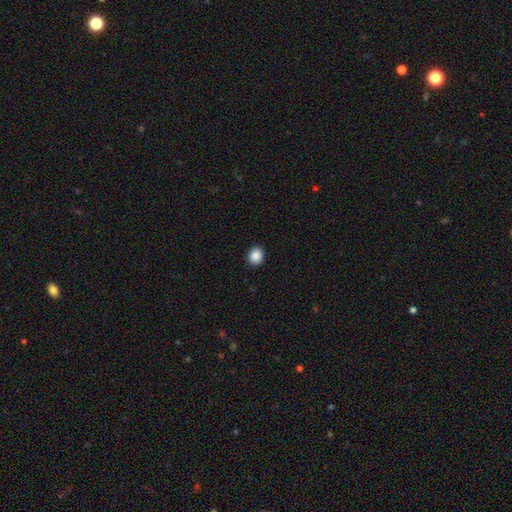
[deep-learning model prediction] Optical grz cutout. It shows a smooth galaxy with no disk features (88%) that is round (69%). Merging: none (92%).